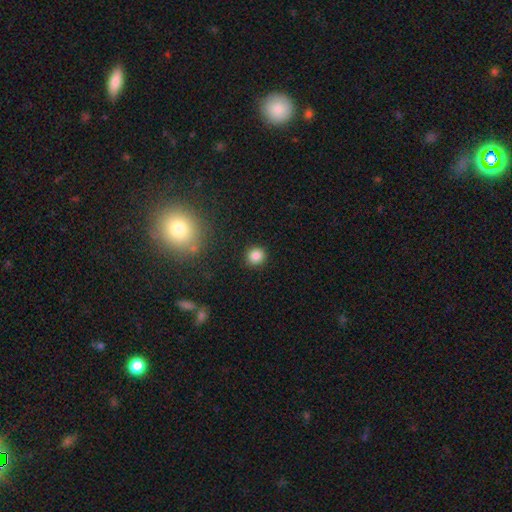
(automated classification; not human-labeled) This appears to be a smooth galaxy with no disk features (85%) that is round (90%). Merging: none (90%).